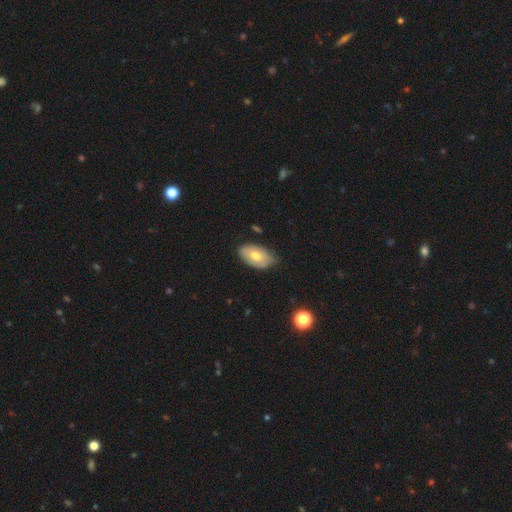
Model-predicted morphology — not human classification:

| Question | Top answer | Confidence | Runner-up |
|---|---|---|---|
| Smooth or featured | smooth | 68% | featured or disk (26%) |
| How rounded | in between | 94% | round (5%) |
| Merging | none | 71% | minor disturbance (24%) |